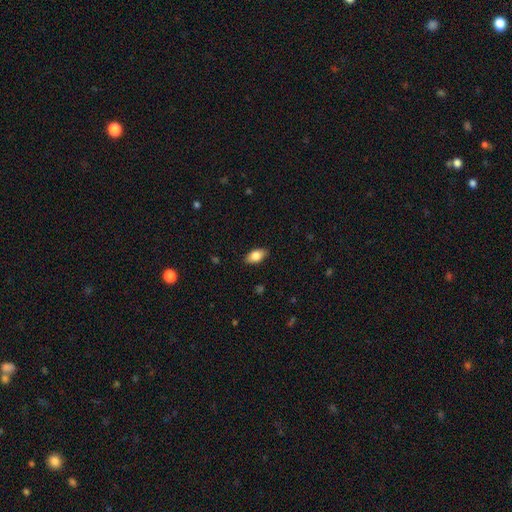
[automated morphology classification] This appears to be a smooth galaxy with no disk features (81%) that is in between round and cigar-shaped (91%). Merging: none (88%).